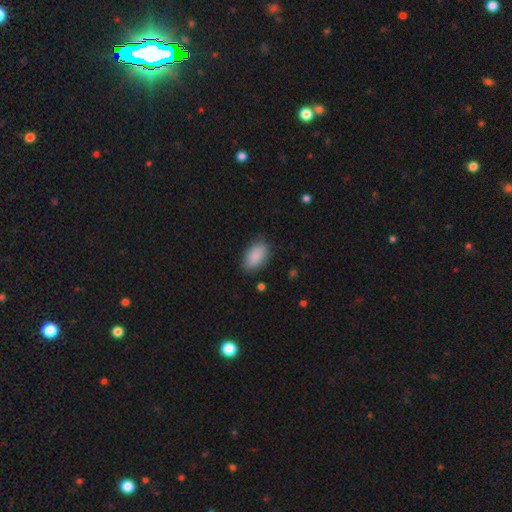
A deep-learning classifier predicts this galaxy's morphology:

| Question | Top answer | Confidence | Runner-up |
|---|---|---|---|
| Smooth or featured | smooth | 89% | star or artifact (7%) |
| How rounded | in between | 92% | round (5%) |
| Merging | none | 81% | minor disturbance (15%) |